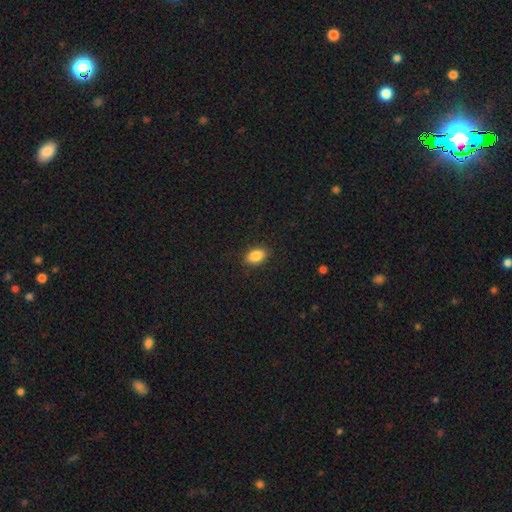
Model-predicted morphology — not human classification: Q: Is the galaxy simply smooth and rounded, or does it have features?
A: smooth — 87%.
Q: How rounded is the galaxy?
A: in between — 88%.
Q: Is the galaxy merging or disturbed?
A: none — 88%.